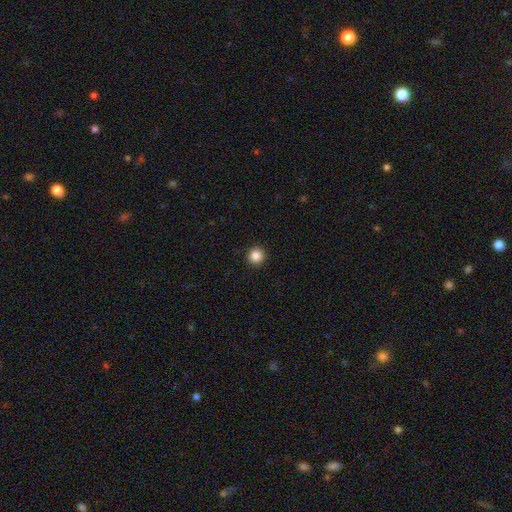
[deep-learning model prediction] A smooth galaxy with no disk features (86%) that is round (95%). Merging: none (93%).